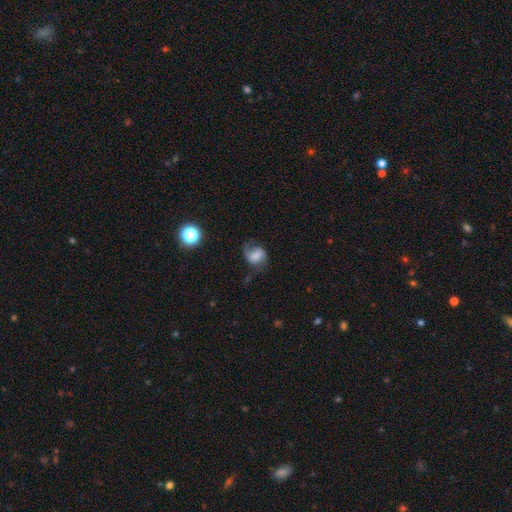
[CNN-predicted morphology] Smooth or featured?
  - smooth: 47% *
  - featured or disk: 42%
  - star or artifact: 11%
Merging?
  - none: 43% *
  - minor disturbance: 27%
  - major disturbance: 27%
  - merger: 3%